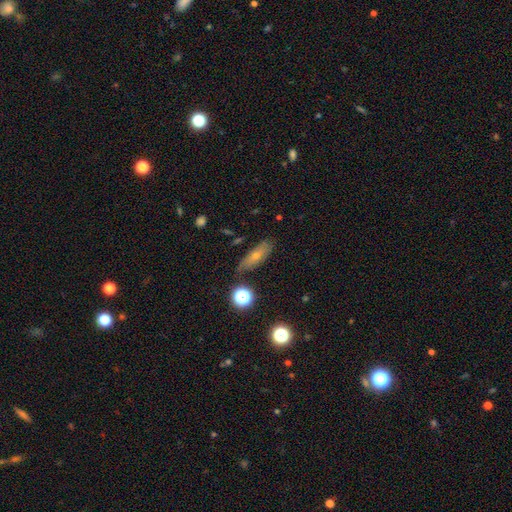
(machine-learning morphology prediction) Smooth or featured? smooth (50%)
Merging? none (80%)